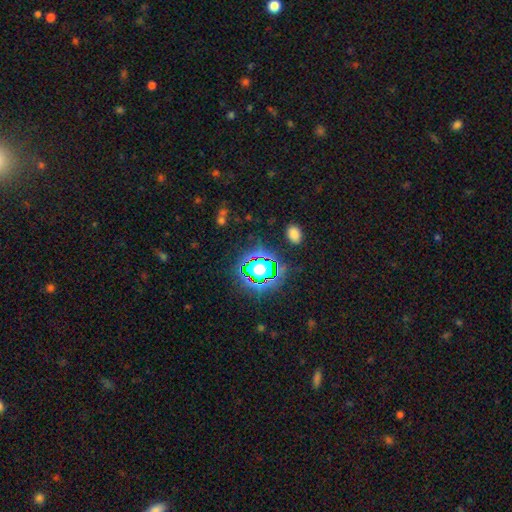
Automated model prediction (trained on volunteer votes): Smooth or featured: star or artifact — 78% (smooth — 15%)